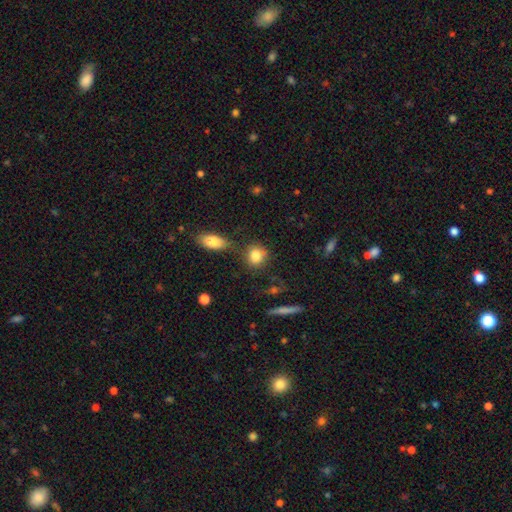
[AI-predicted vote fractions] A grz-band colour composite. It shows a smooth galaxy with no disk features (83%) that is round (71%). Merging: none (70%).